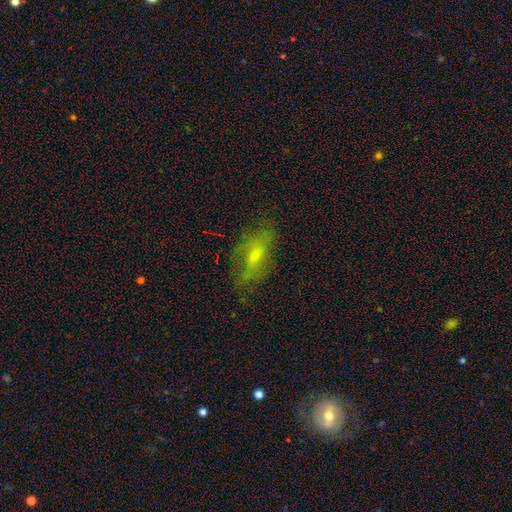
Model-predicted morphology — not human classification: type=featured or disk (41%); merging=none (73%).